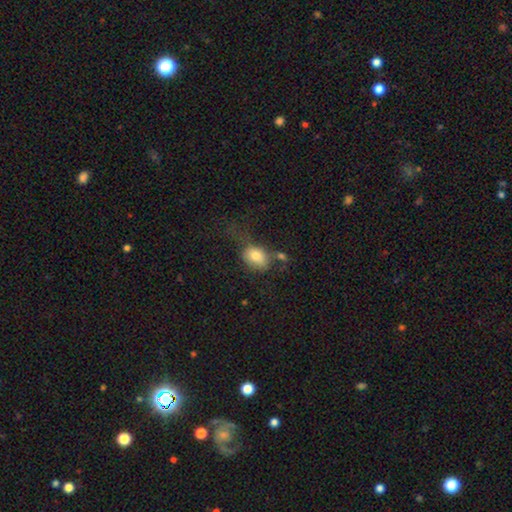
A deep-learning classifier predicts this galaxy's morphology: This is likely a smooth galaxy (77%). How rounded: likely in between (72%). Merging: marginally none (37%).